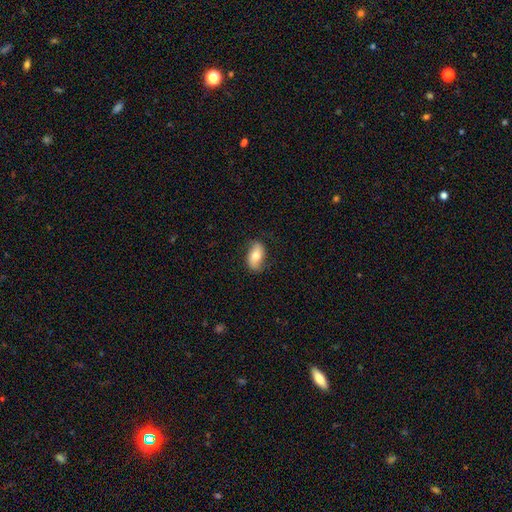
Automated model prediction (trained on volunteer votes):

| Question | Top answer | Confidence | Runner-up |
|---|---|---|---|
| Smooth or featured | smooth | 67% | featured or disk (26%) |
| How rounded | in between | 90% | round (6%) |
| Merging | none | 79% | minor disturbance (16%) |